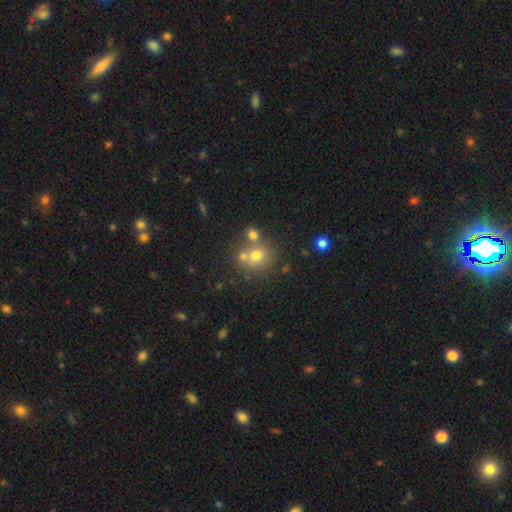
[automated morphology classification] Smooth or featured?
  - smooth: 68% *
  - star or artifact: 17%
  - featured or disk: 15%
How rounded?
  - round: 79% *
  - in between: 20%
  - cigar-shaped: 1%
Merging?
  - none: 55% *
  - merger: 30%
  - minor disturbance: 10%
  - major disturbance: 4%